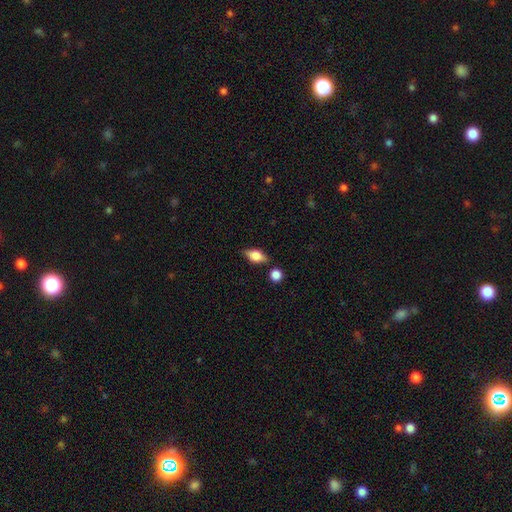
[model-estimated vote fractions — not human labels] A smooth galaxy with no disk features (63%) that is in between round and cigar-shaped (79%).

Vote fractions:
- Smooth or featured? smooth: 63% / featured or disk: 29% / star or artifact: 8%
- How rounded? in between: 79% / cigar-shaped: 11% / round: 10%
- Merging? none: 76% / minor disturbance: 14% / merger: 6% / major disturbance: 4%